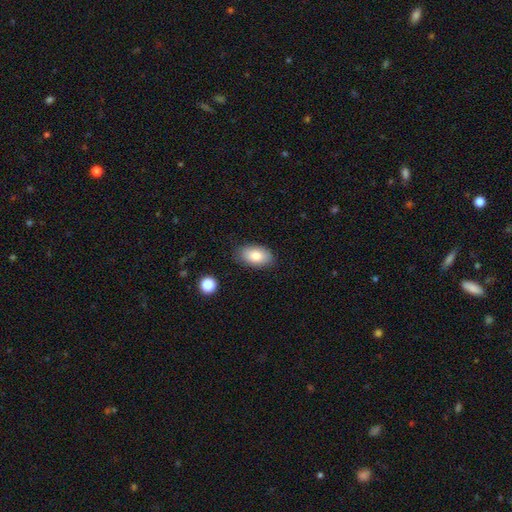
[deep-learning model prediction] Q: Smooth or featured?
A: smooth (82%); runner-up: featured or disk (10%)
Q: How rounded?
A: in between (93%); runner-up: round (5%)
Q: Merging?
A: none (84%); runner-up: minor disturbance (12%)